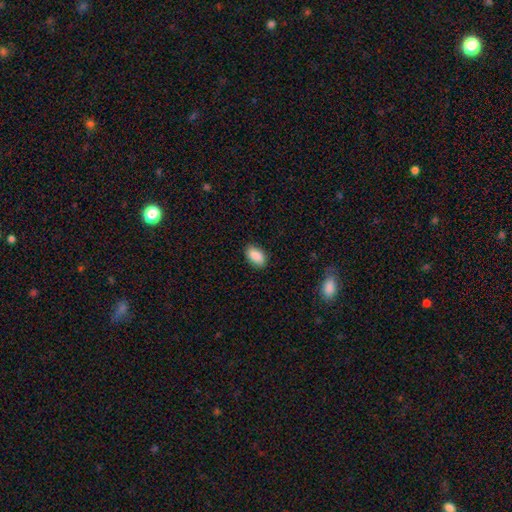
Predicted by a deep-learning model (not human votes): A smooth galaxy with no disk features (89%) that is in between round and cigar-shaped (92%).

Vote fractions:
- Smooth or featured? smooth: 89% / star or artifact: 7% / featured or disk: 4%
- How rounded? in between: 92% / round: 5% / cigar-shaped: 2%
- Merging? none: 85% / minor disturbance: 11% / major disturbance: 2% / merger: 1%